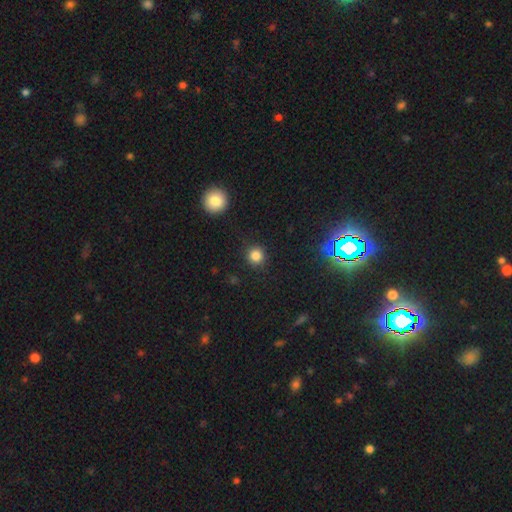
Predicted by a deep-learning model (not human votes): Smooth or featured: smooth — 82% (star or artifact — 14%)
How rounded: round — 92% (in between — 7%)
Merging: none — 90% (minor disturbance — 6%)